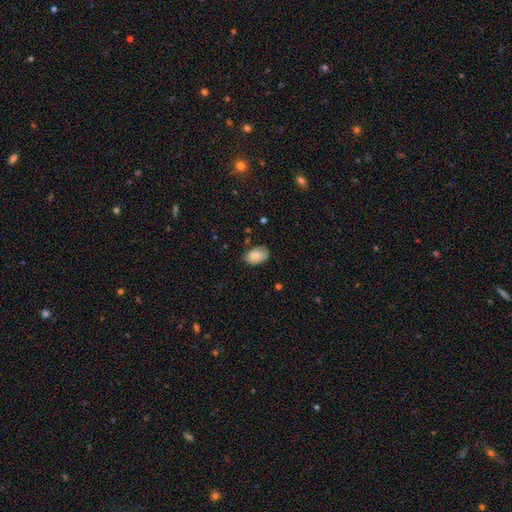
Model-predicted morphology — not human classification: The model was most divided on "merging": none: 78%, minor disturbance: 18%, major disturbance: 3%, merger: 1%. More confident: how rounded — in between (89%); smooth or featured — smooth (84%).